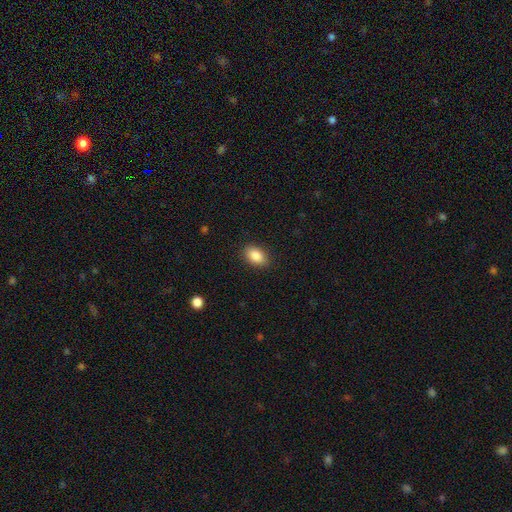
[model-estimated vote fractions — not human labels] smooth 87%, star or artifact 8%, featured or disk 5%. Down the decision tree: how rounded — in between (86%); merging — none (88%).